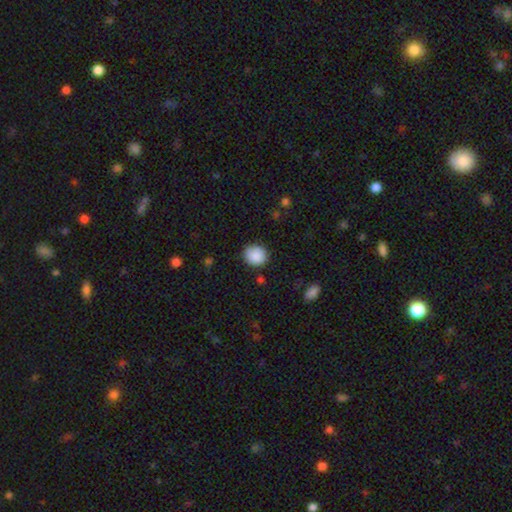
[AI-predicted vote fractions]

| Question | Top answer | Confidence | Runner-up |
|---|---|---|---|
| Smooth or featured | smooth | 88% | star or artifact (8%) |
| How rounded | round | 82% | in between (17%) |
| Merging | none | 84% | minor disturbance (12%) |